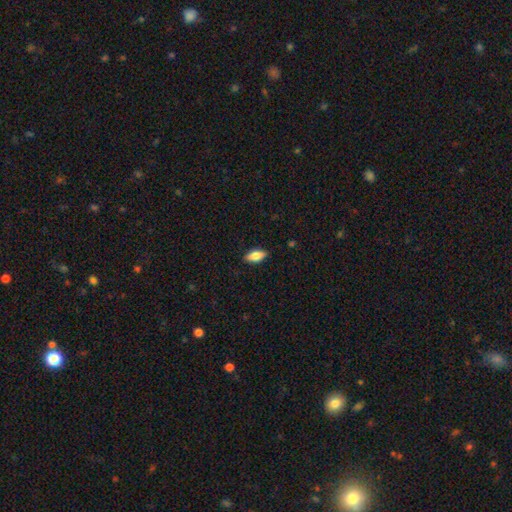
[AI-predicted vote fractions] smooth-or-featured: smooth: 77% | featured or disk: 17% | star or artifact: 7%
  how-rounded: in between: 84% | cigar-shaped: 13% | round: 3%
  merging: none: 87% | minor disturbance: 10% | major disturbance: 2% | merger: 1%